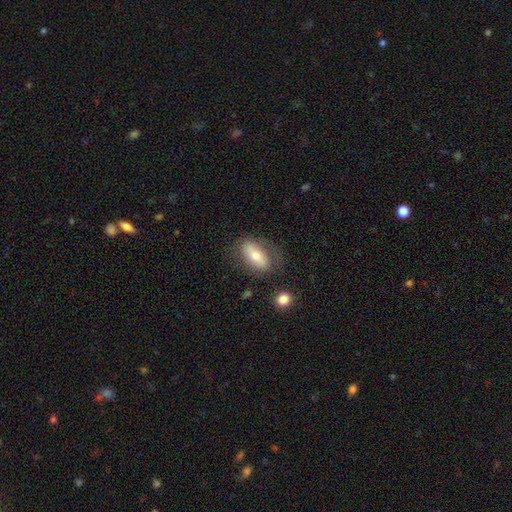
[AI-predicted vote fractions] This is possibly a smooth galaxy (54%). How rounded: clearly in between (83%). Merging: likely none (66%).